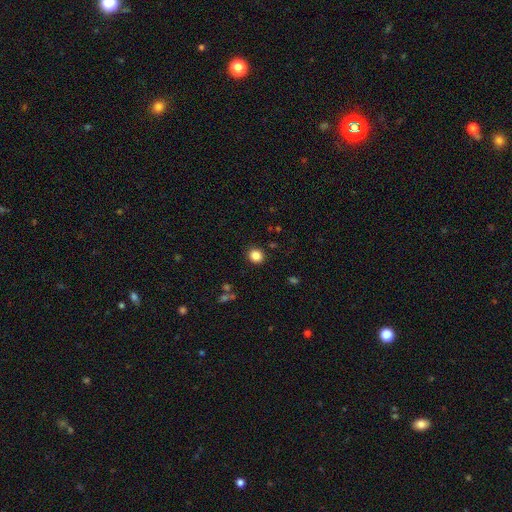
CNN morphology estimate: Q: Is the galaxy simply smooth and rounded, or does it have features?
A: smooth — 86%.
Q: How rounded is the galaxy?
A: round — 84%.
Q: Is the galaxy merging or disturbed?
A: none — 90%.